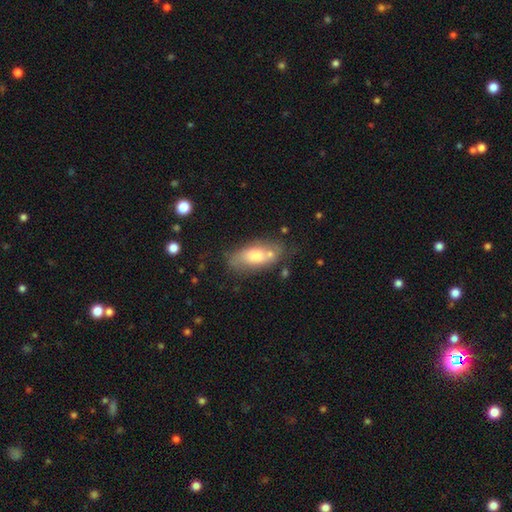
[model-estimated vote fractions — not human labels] Smooth or featured? smooth (68%)
How rounded? in between (83%)
Merging? none (55%)